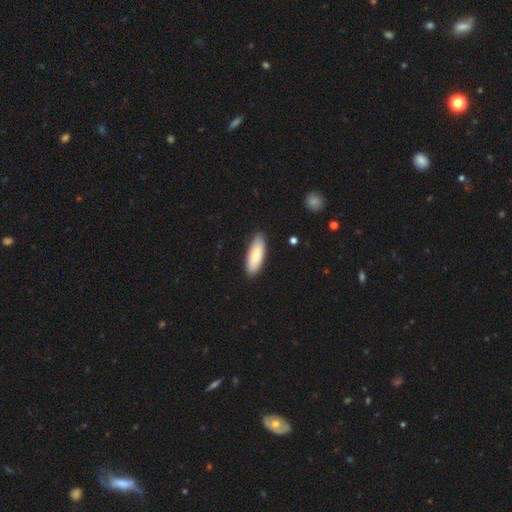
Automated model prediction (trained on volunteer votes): smooth_or_featured: smooth (p=0.82) [alt: featured or disk p=0.13]
how_rounded: in between (p=0.69) [alt: cigar-shaped p=0.30]
merging: none (p=0.87) [alt: minor disturbance p=0.10]